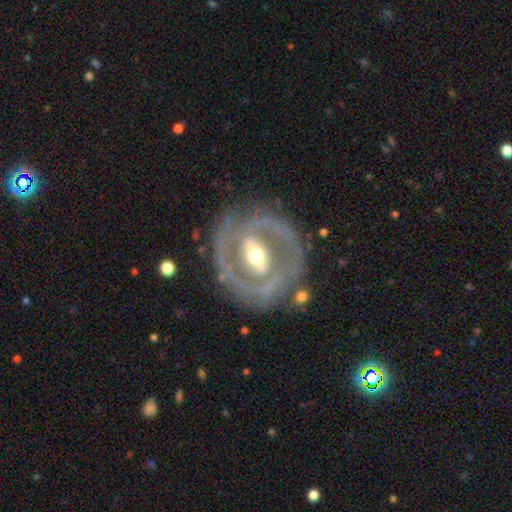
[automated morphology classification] type=featured or disk (81%); edge-on=no (93%); bar=strong (55%); spiral arms=yes (53%); bulge=moderate (68%); merging=none (70%).